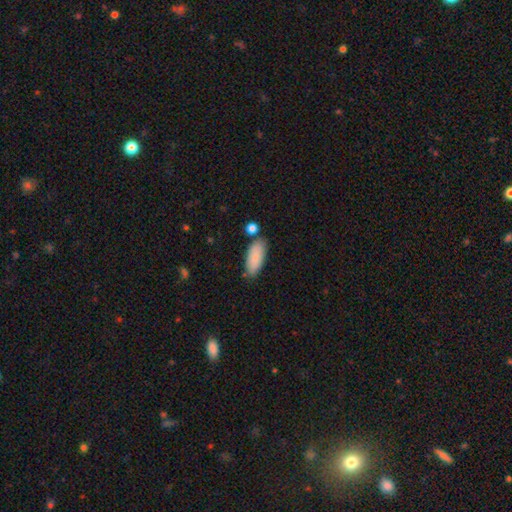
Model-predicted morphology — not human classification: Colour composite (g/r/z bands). It shows a smooth galaxy with no disk features (85%) that is in between round and cigar-shaped (84%). Merging: none (75%).